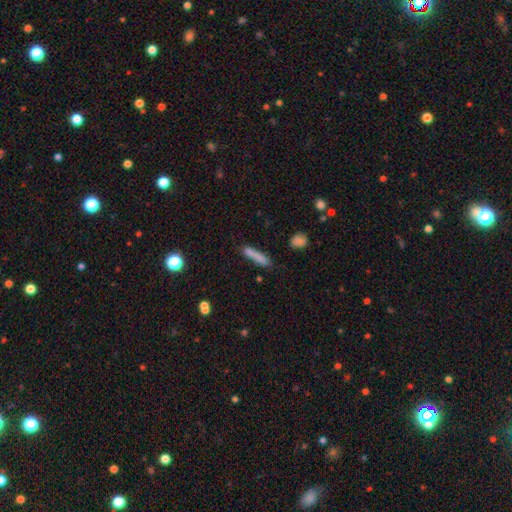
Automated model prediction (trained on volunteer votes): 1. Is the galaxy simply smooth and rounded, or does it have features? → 80% smooth, 12% featured or disk, 8% star or artifact.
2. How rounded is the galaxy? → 88% cigar-shaped, 10% in between, 2% round.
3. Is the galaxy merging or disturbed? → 73% none, 17% minor disturbance, 5% merger, 5% major disturbance.